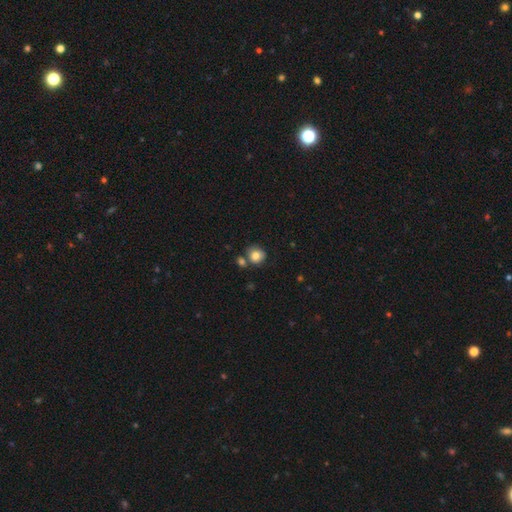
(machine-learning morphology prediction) This appears to be a smooth galaxy with no disk features (82%) that is round (84%). Merging: none (66%).